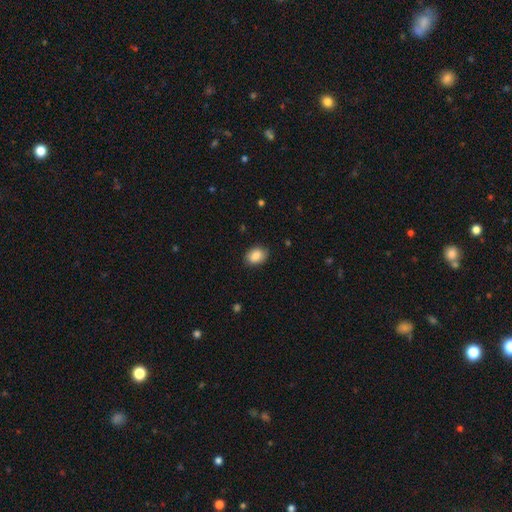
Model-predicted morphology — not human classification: A smooth galaxy with no disk features (86%) that is in between round and cigar-shaped (66%). Merging: none (86%).